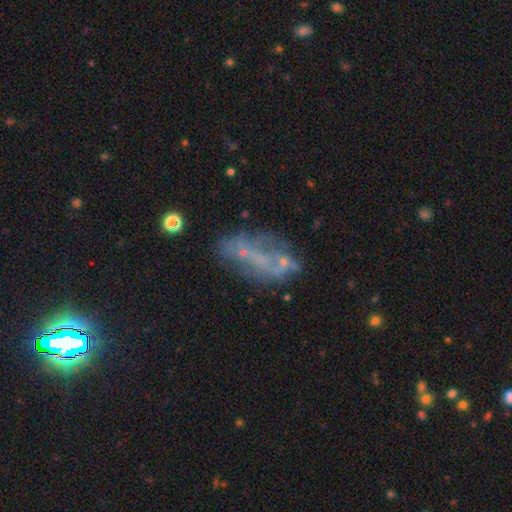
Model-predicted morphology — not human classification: smooth-or-featured: featured or disk: 54% | smooth: 24% | star or artifact: 22%
  disk-edge-on: no: 91% | yes: 9%
  merging: none: 54% | minor disturbance: 19% | major disturbance: 17% | merger: 10%